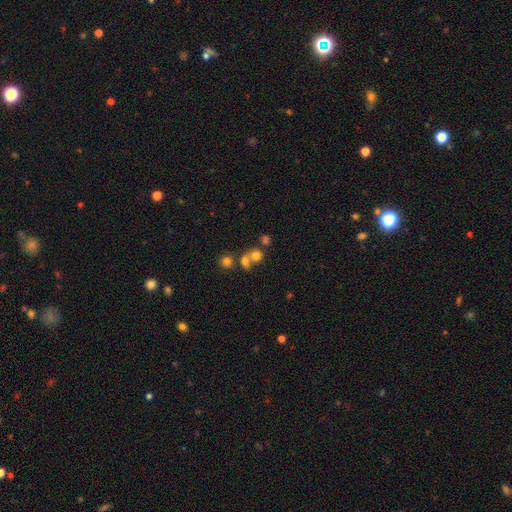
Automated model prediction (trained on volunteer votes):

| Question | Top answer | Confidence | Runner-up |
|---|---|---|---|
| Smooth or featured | smooth | 70% | star or artifact (17%) |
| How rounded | round | 80% | in between (19%) |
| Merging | merger | 49% | none (40%) |